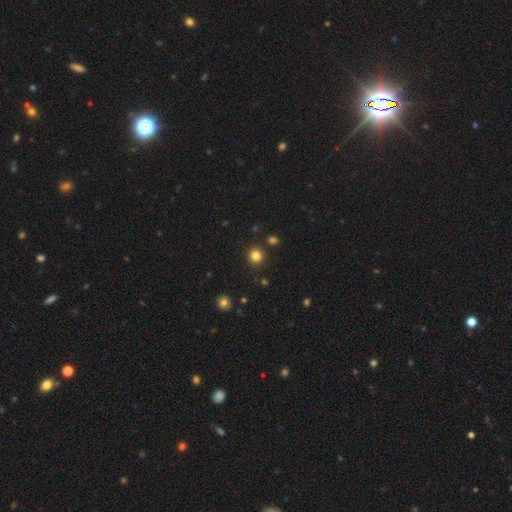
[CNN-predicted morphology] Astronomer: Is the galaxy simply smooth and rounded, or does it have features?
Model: smooth — 82%.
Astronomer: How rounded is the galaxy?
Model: round — 91%.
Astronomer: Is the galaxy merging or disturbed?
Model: none — 90%.